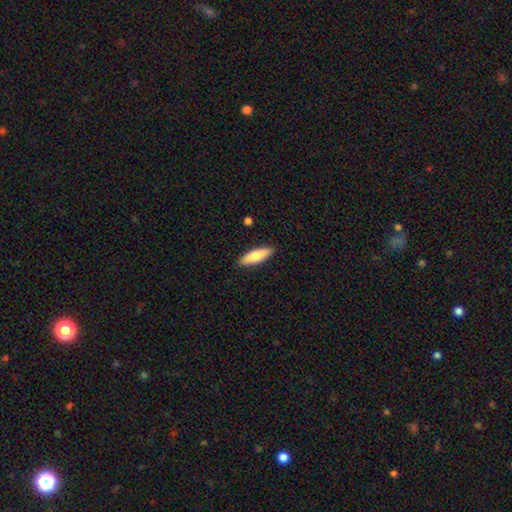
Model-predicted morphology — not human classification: A smooth galaxy with no disk features (75%) that is cigar-shaped (54%).

Vote fractions:
- Smooth or featured? smooth: 75% / featured or disk: 19% / star or artifact: 6%
- How rounded? cigar-shaped: 54% / in between: 45% / round: 2%
- Merging? none: 89% / minor disturbance: 8% / major disturbance: 2% / merger: 1%